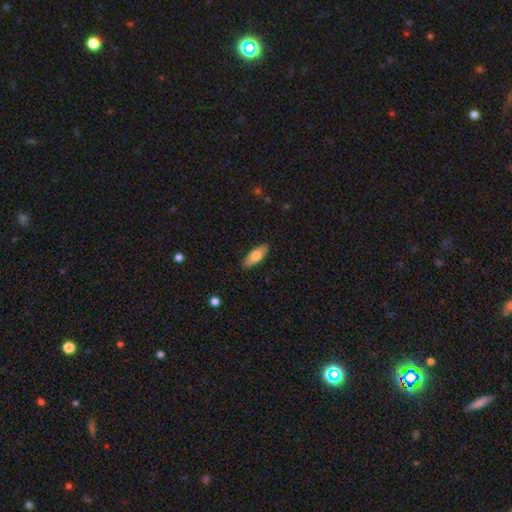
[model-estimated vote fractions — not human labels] Smooth or featured: smooth — 70% (featured or disk — 24%)
How rounded: in between — 64% (cigar-shaped — 33%)
Merging: none — 89% (minor disturbance — 8%)